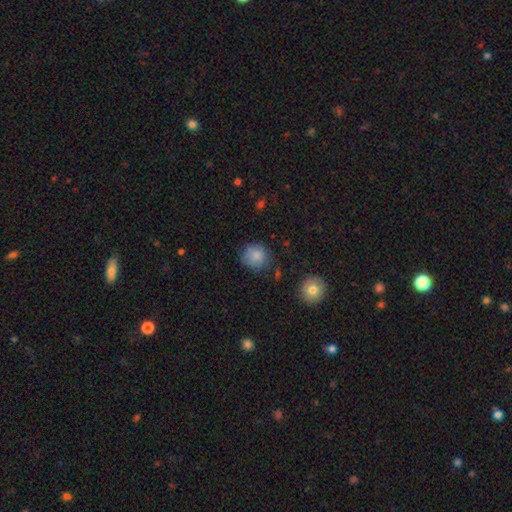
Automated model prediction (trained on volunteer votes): Smooth or featured: smooth — 84% (star or artifact — 9%)
How rounded: round — 86% (in between — 13%)
Merging: none — 74% (minor disturbance — 18%)